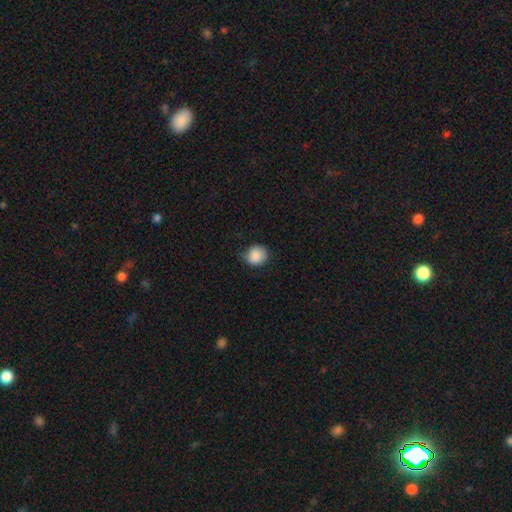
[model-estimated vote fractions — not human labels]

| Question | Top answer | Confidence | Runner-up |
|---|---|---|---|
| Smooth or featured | smooth | 87% | star or artifact (8%) |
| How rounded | round | 81% | in between (18%) |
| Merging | none | 72% | minor disturbance (23%) |